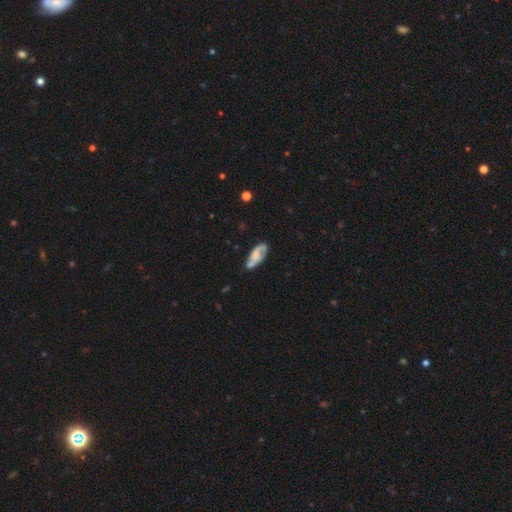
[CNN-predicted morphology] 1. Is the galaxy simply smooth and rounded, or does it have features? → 51% featured or disk, 42% smooth, 7% star or artifact.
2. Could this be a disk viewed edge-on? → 89% no, 11% yes.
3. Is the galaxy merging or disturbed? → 57% none, 26% minor disturbance, 10% major disturbance, 7% merger.